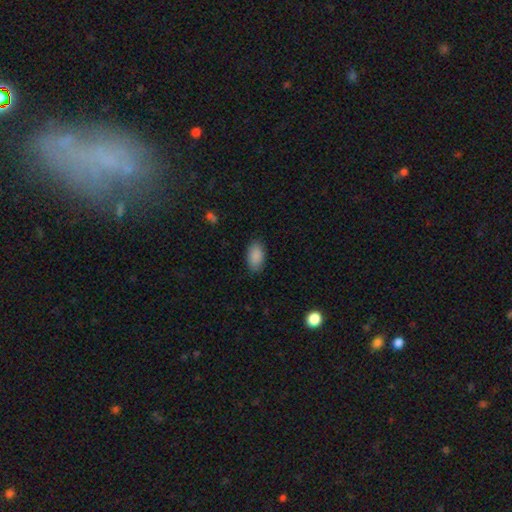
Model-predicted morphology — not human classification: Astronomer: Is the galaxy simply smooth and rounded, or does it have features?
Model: smooth — 89%.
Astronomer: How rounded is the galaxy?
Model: in between — 94%.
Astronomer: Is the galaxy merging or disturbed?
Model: none — 86%.